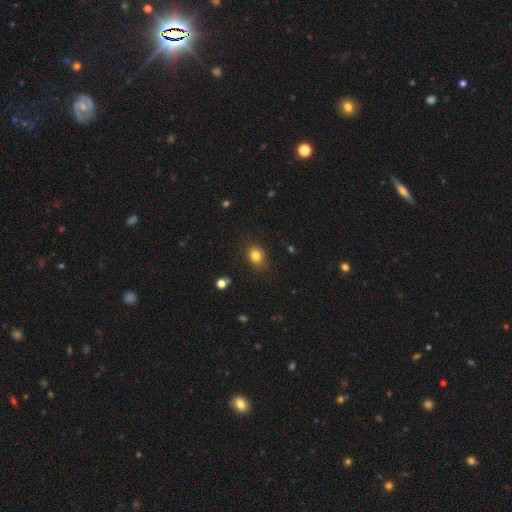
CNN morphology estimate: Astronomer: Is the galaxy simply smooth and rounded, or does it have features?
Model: smooth — 82%.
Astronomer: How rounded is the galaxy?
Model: in between — 55% (runner-up: round, 44%).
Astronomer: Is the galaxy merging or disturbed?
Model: none — 83%.